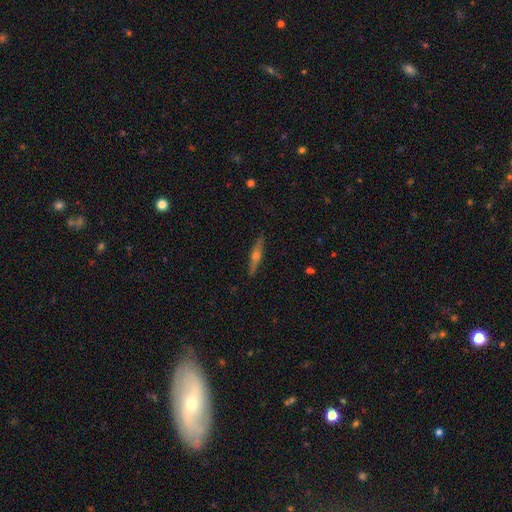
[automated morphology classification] A featured or disk galaxy (71%) viewed edge-on (97%) with a rounded central bulge (89%).

Vote fractions:
- Smooth or featured? featured or disk: 71% / smooth: 22% / star or artifact: 7%
- Edge-on disk? yes: 97% / no: 3%
- Edge-on bulge? rounded: 89% / boxy: 6% / none: 5%
- Merging? none: 90% / minor disturbance: 7% / major disturbance: 2% / merger: 1%